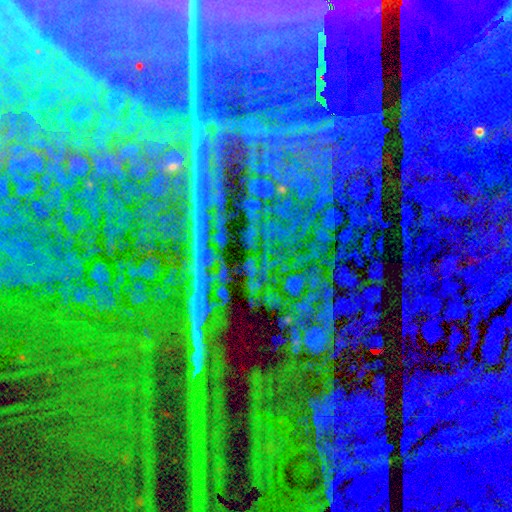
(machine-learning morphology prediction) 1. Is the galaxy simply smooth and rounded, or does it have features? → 86% star or artifact, 8% featured or disk, 6% smooth.